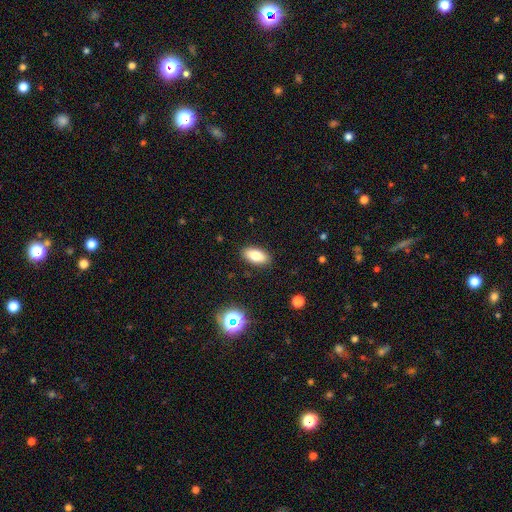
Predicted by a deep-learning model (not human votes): A smooth galaxy with no disk features (78%) that is in between round and cigar-shaped (88%).

Vote fractions:
- Smooth or featured? smooth: 78% / featured or disk: 12% / star or artifact: 9%
- How rounded? in between: 88% / cigar-shaped: 9% / round: 4%
- Merging? none: 89% / minor disturbance: 8% / major disturbance: 2% / merger: 1%